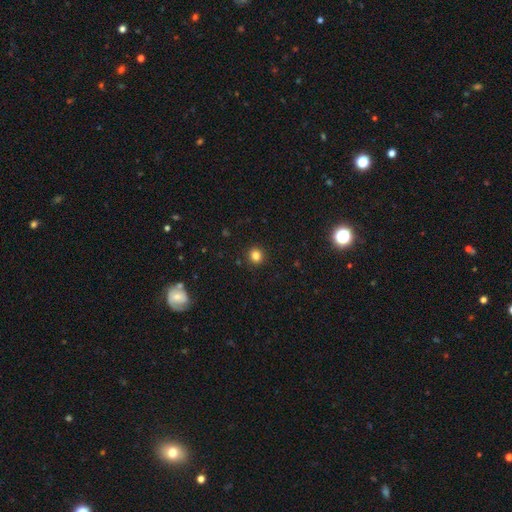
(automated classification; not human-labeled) Q: Smooth or featured?
A: smooth (83%); runner-up: star or artifact (13%)
Q: How rounded?
A: round (90%); runner-up: in between (9%)
Q: Merging?
A: none (91%); runner-up: minor disturbance (6%)